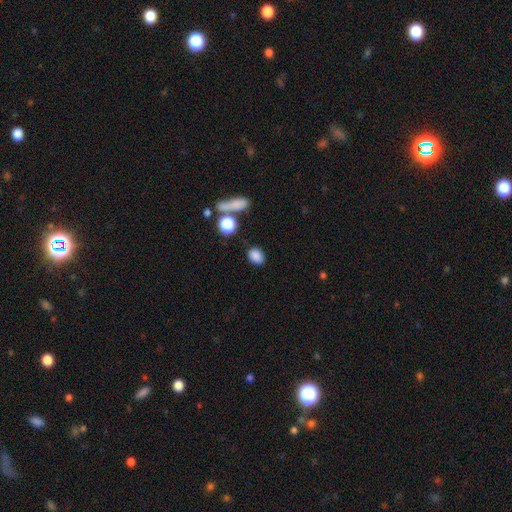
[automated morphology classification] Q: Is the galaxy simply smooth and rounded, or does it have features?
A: smooth — 84%.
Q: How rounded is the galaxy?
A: in between — 60%.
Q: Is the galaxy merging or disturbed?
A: none — 81%.